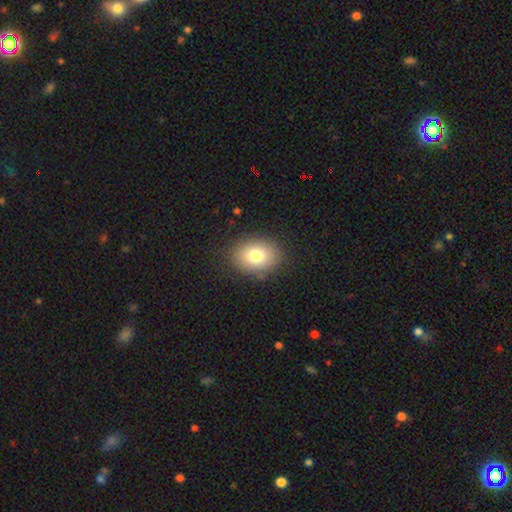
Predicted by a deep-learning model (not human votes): A smooth galaxy with no disk features (78%) that is in between round and cigar-shaped (64%).

Vote fractions:
- Smooth or featured? smooth: 78% / featured or disk: 12% / star or artifact: 10%
- How rounded? in between: 64% / round: 35% / cigar-shaped: 1%
- Merging? none: 86% / minor disturbance: 10% / major disturbance: 3% / merger: 1%